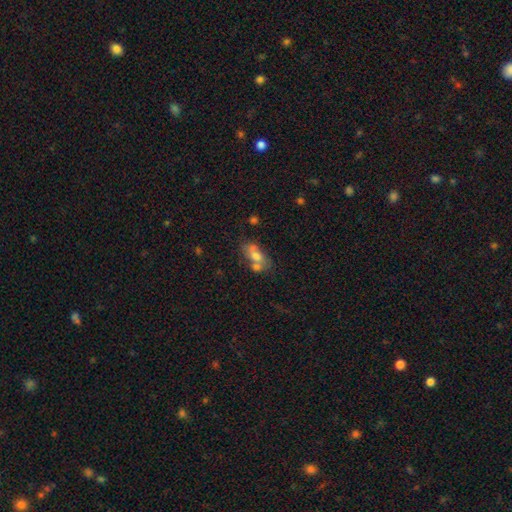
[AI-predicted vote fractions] Overall: smooth (58%; featured or disk 31%). How rounded: in between (78%). Merging: merger (43%; none 34%).